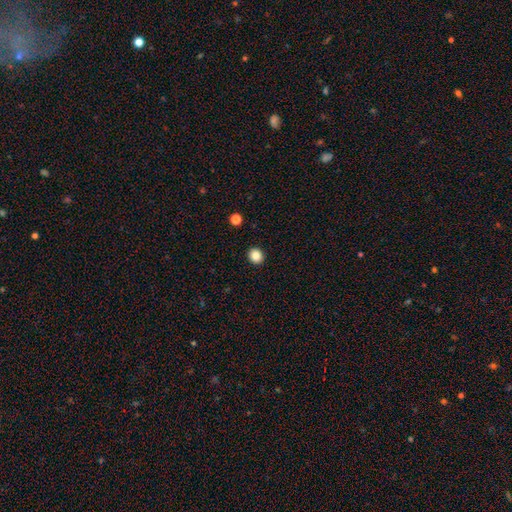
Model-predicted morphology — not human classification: Smooth or featured?
  - smooth: 85% *
  - star or artifact: 11%
  - featured or disk: 4%
How rounded?
  - round: 80% *
  - in between: 19%
  - cigar-shaped: 1%
Merging?
  - none: 93% *
  - minor disturbance: 5%
  - major disturbance: 2%
  - merger: 1%